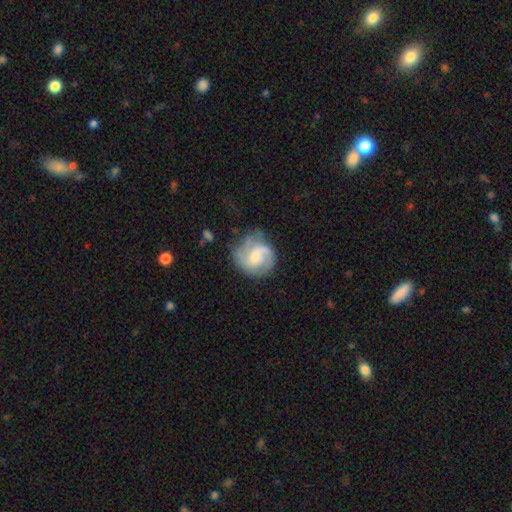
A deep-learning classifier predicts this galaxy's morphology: Smooth or featured? Predicted: featured or disk (p=0.77). Edge-on disk? Predicted: no (p=0.98). Bar? Predicted: no (p=0.47). Spiral arms? Predicted: yes (p=0.94). Spiral winding? Predicted: medium (p=0.49). Spiral arm count? Predicted: 2 (p=0.55). Bulge size? Predicted: small (p=0.50). Merging? Predicted: none (p=0.66).